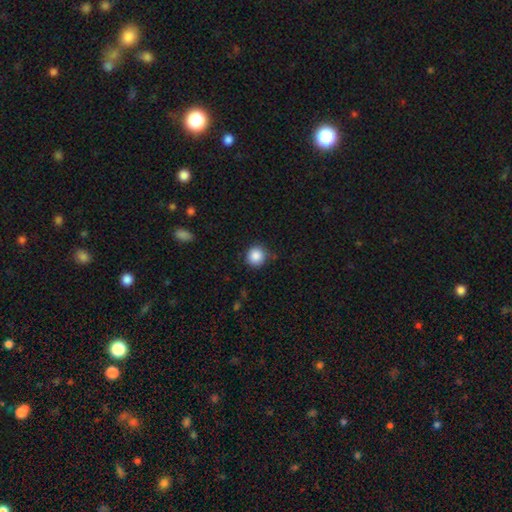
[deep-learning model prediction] Smooth or featured: smooth — 87% (star or artifact — 9%)
How rounded: round — 93% (in between — 6%)
Merging: none — 83% (minor disturbance — 12%)